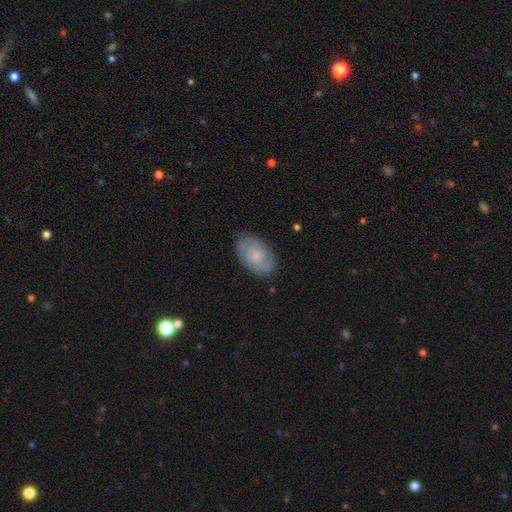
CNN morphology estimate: featured or disk 52%, smooth 41%, star or artifact 7%. Down the decision tree: edge-on disk — no (95%); merging — none (80%).